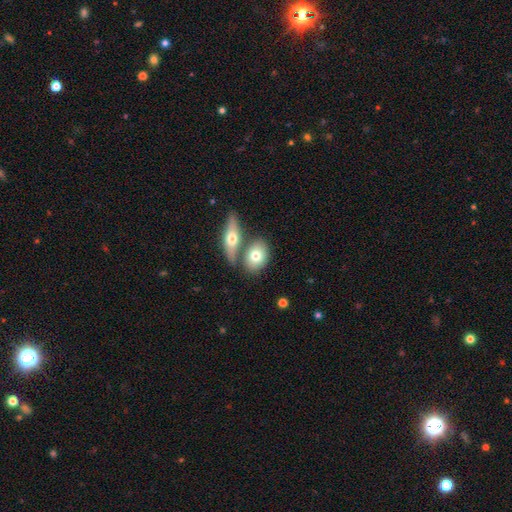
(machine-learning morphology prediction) smooth_or_featured: smooth (p=0.71) [alt: featured or disk p=0.23]
how_rounded: in between (p=0.77) [alt: round p=0.18]
merging: none (p=0.55) [alt: merger p=0.32]